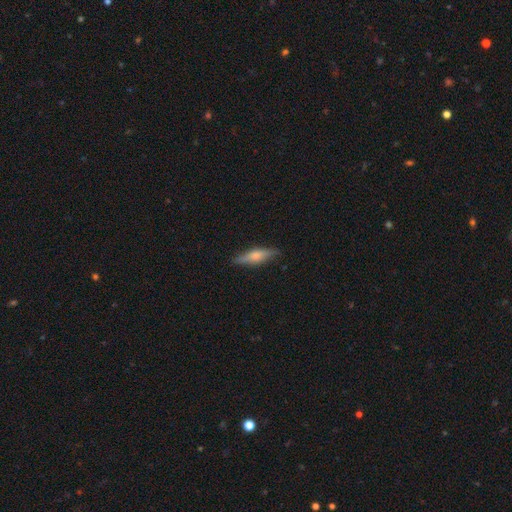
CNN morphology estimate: A smooth galaxy with no disk features (49%).

Vote fractions:
- Smooth or featured? smooth: 49% / featured or disk: 45% / star or artifact: 6%
- Merging? none: 85% / minor disturbance: 12% / major disturbance: 2% / merger: 1%